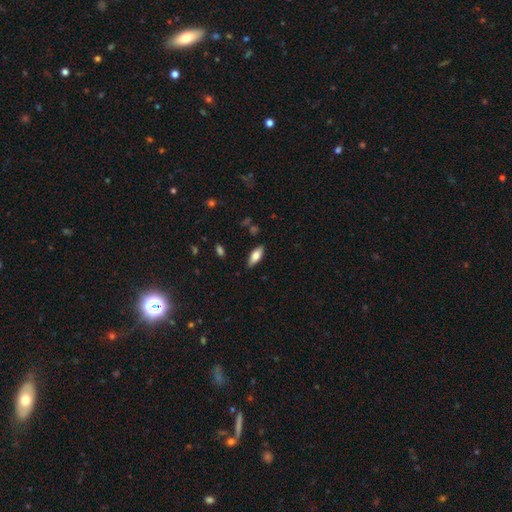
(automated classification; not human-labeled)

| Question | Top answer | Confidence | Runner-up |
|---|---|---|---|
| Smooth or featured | smooth | 70% | featured or disk (24%) |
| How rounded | in between | 76% | cigar-shaped (22%) |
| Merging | none | 86% | minor disturbance (11%) |